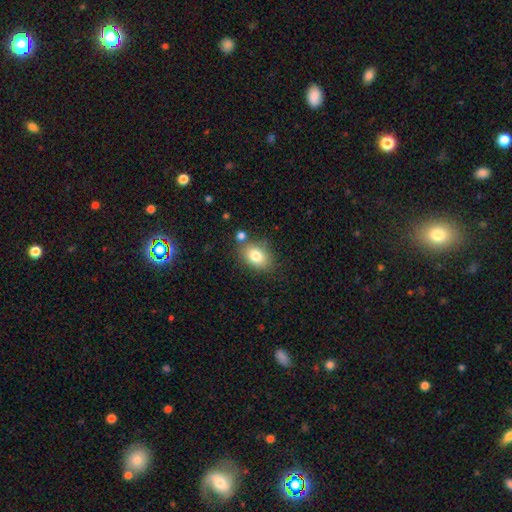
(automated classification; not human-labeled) Morphology: type=smooth (80%); roundness=in between (80%); merging=none (72%).